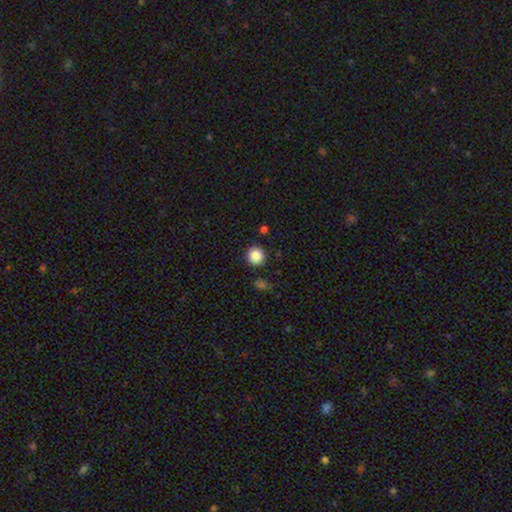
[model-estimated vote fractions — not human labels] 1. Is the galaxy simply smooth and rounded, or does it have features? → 87% smooth, 10% star or artifact, 4% featured or disk.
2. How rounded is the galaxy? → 94% round, 5% in between, 1% cigar-shaped.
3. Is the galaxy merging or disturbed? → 89% none, 6% minor disturbance, 2% merger, 2% major disturbance.